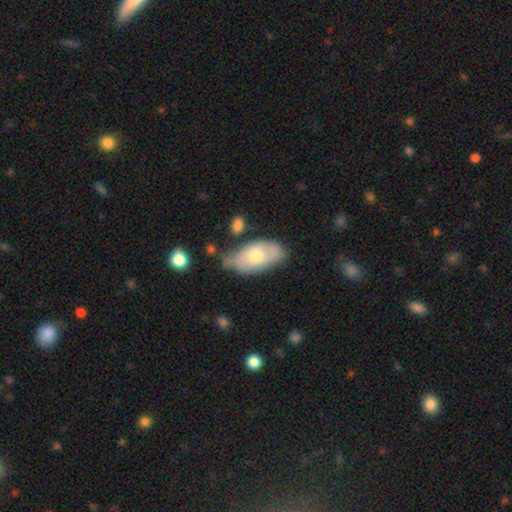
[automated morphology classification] smooth_or_featured: smooth (p=0.61) [alt: featured or disk p=0.33]
how_rounded: in between (p=0.93) [alt: round p=0.04]
merging: none (p=0.53) [alt: minor disturbance p=0.31]